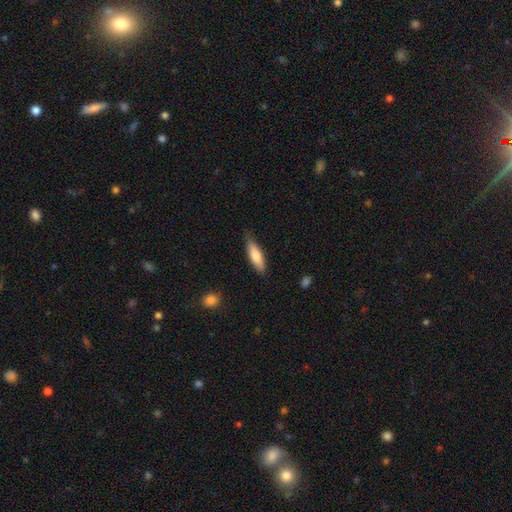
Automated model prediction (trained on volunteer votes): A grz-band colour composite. It shows a smooth galaxy with no disk features (76%) that is cigar-shaped (56%). Merging: none (75%).